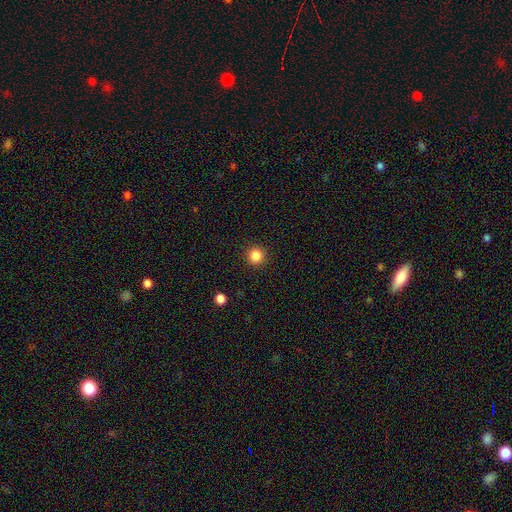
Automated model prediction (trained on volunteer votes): smooth_or_featured: smooth (p=0.85) [alt: star or artifact p=0.11]
how_rounded: round (p=0.95) [alt: in between p=0.04]
merging: none (p=0.92) [alt: minor disturbance p=0.05]